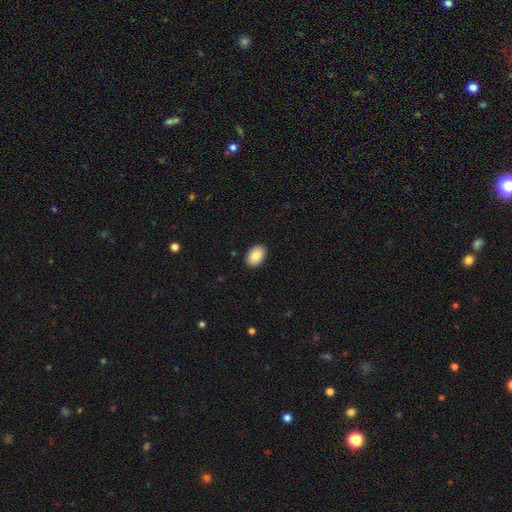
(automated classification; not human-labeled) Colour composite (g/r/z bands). It shows a smooth galaxy with no disk features (85%) that is in between round and cigar-shaped (88%). Merging: none (90%).